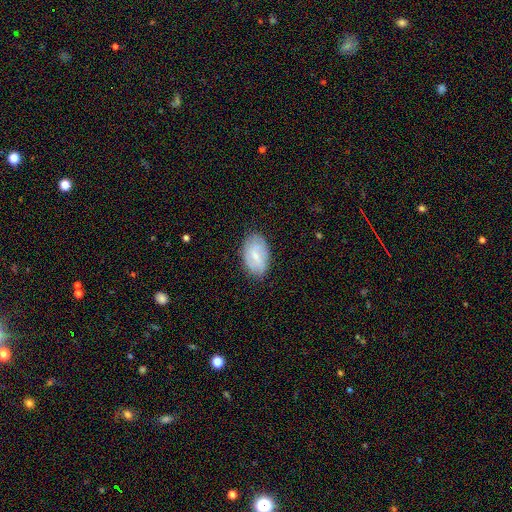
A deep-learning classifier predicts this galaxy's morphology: Q: Smooth or featured?
A: featured or disk (49%); runner-up: smooth (44%)
Q: Merging?
A: none (79%); runner-up: minor disturbance (16%)